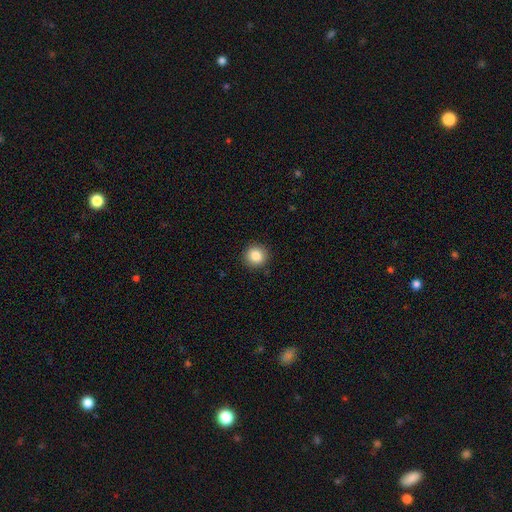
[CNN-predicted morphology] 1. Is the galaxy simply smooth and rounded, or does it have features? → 85% smooth, 9% star or artifact, 5% featured or disk.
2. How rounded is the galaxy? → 93% round, 6% in between, 1% cigar-shaped.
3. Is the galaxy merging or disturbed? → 91% none, 6% minor disturbance, 2% major disturbance, 1% merger.